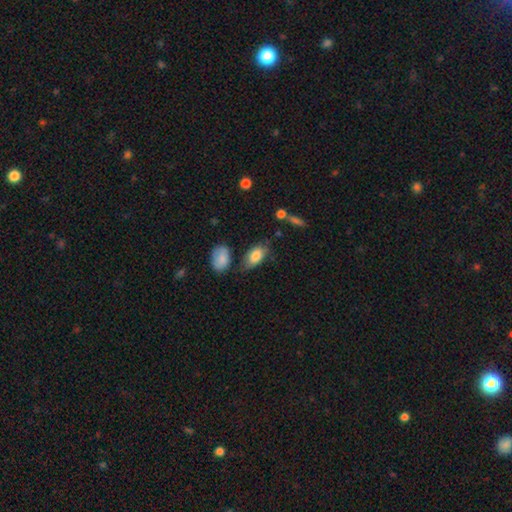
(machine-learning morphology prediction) A smooth galaxy with no disk features (81%) that is in between round and cigar-shaped (92%). Merging: none (61%).